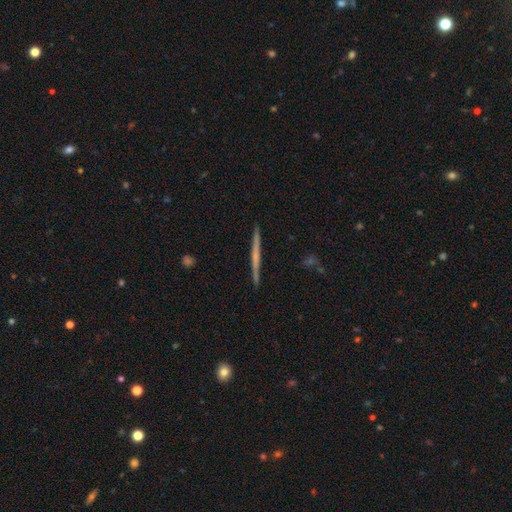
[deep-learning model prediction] The model was most divided on "smooth or featured": featured or disk: 59%, smooth: 36%, star or artifact: 6%. More confident: edge-on disk — yes (98%); merging — none (92%); edge-on bulge — none (76%).